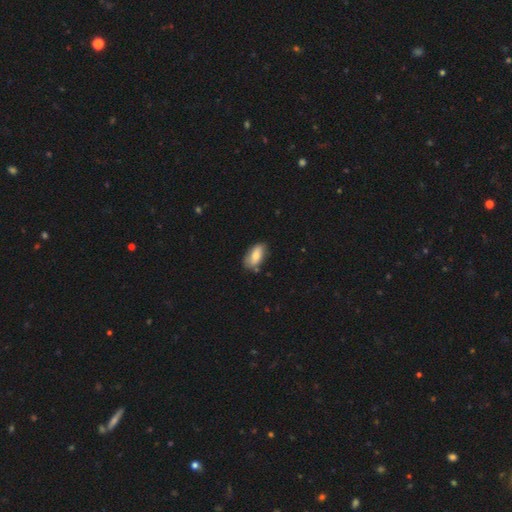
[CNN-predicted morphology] Smooth or featured?
  - smooth: 73% *
  - featured or disk: 20%
  - star or artifact: 7%
How rounded?
  - in between: 92% *
  - cigar-shaped: 5%
  - round: 3%
Merging?
  - none: 69% *
  - minor disturbance: 23%
  - major disturbance: 4%
  - merger: 3%